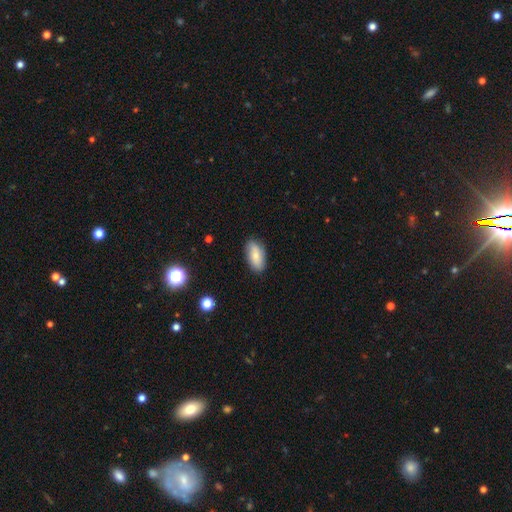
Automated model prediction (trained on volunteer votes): The model was most divided on "smooth or featured": smooth: 73%, featured or disk: 20%, star or artifact: 7%. More confident: how rounded — in between (91%); merging — none (84%).